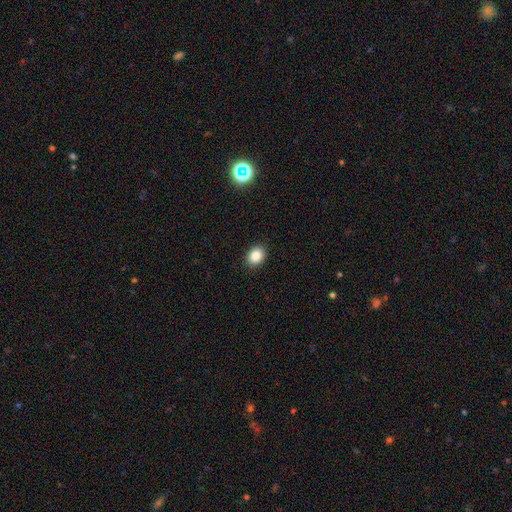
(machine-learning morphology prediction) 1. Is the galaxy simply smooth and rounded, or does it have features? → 85% smooth, 10% star or artifact, 5% featured or disk.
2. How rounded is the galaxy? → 51% in between, 48% round, 1% cigar-shaped.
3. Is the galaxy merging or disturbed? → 91% none, 6% minor disturbance, 2% major disturbance, 1% merger.